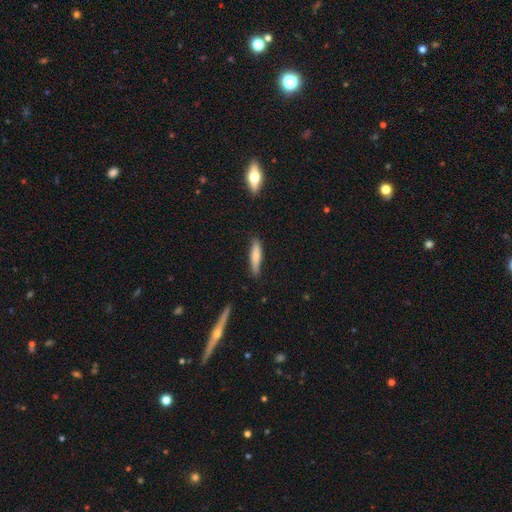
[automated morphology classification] Q: Smooth or featured?
A: smooth (74%); runner-up: featured or disk (20%)
Q: How rounded?
A: cigar-shaped (83%); runner-up: in between (16%)
Q: Merging?
A: none (84%); runner-up: minor disturbance (12%)